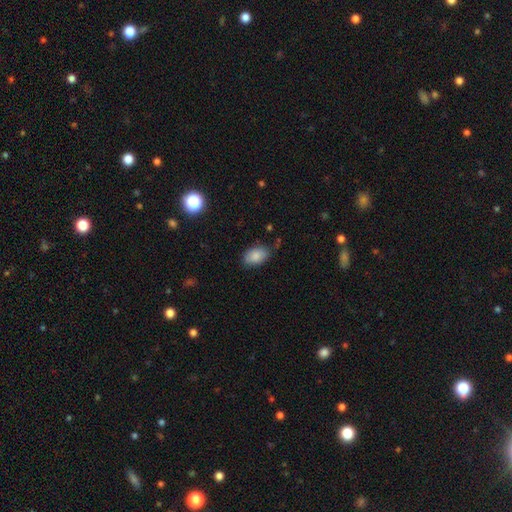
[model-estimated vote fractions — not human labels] A smooth galaxy with no disk features (86%) that is in between round and cigar-shaped (90%).

Vote fractions:
- Smooth or featured? smooth: 86% / star or artifact: 7% / featured or disk: 6%
- How rounded? in between: 90% / round: 9% / cigar-shaped: 1%
- Merging? none: 76% / minor disturbance: 19% / major disturbance: 4% / merger: 2%